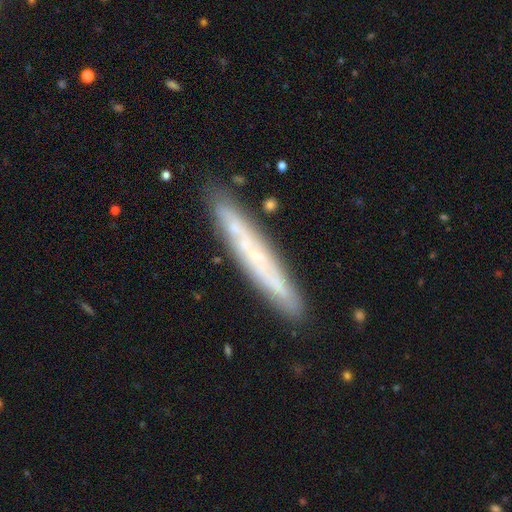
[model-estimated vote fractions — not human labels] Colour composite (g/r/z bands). It shows a featured or disk galaxy (59%) viewed edge-on (75%). Merging: none (86%).